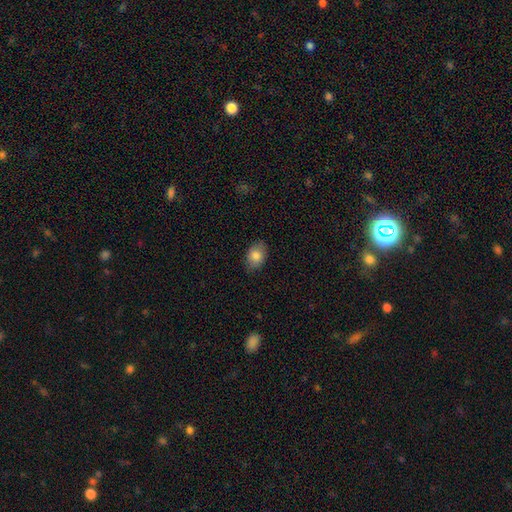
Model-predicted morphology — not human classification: Smooth or featured: smooth — 83% (featured or disk — 9%)
How rounded: in between — 75% (round — 24%)
Merging: none — 80% (minor disturbance — 16%)